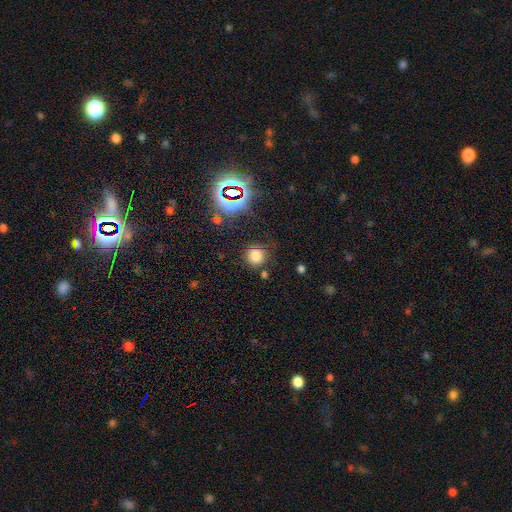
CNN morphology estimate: smooth_or_featured: smooth (p=0.73) [alt: star or artifact p=0.20]
how_rounded: round (p=0.92) [alt: in between p=0.07]
merging: none (p=0.79) [alt: minor disturbance p=0.12]